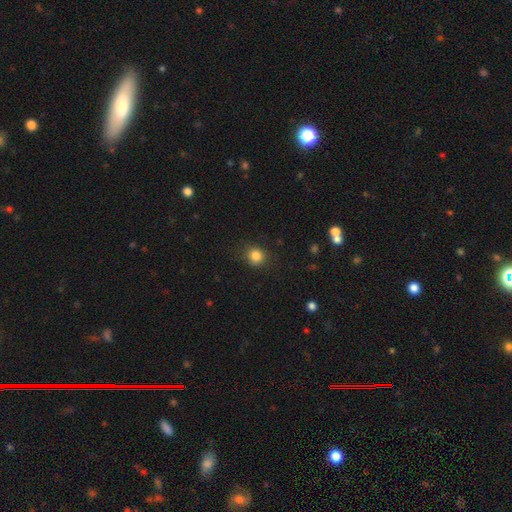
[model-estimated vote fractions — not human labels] Smooth or featured?
  - smooth: 84% *
  - star or artifact: 12%
  - featured or disk: 5%
How rounded?
  - round: 84% *
  - in between: 15%
  - cigar-shaped: 1%
Merging?
  - none: 85% *
  - minor disturbance: 10%
  - major disturbance: 3%
  - merger: 1%